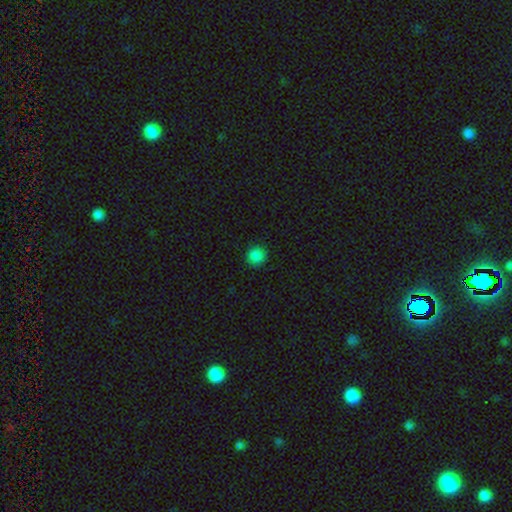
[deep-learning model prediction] Smooth or featured?
  - smooth: 86% *
  - star or artifact: 11%
  - featured or disk: 3%
How rounded?
  - round: 92% *
  - in between: 7%
  - cigar-shaped: 1%
Merging?
  - none: 90% *
  - minor disturbance: 7%
  - major disturbance: 2%
  - merger: 1%